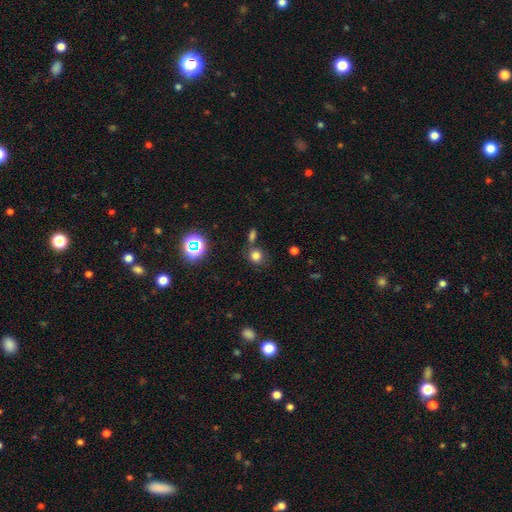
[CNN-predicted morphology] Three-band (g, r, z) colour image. It shows a smooth galaxy with no disk features (75%) that is round (80%). Merging: none (67%).